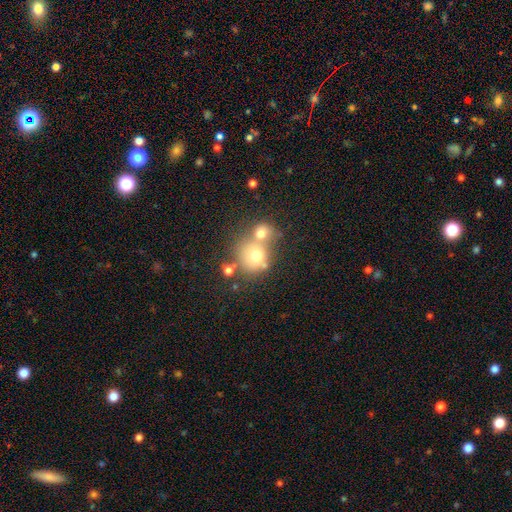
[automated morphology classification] Overall: smooth (68%). How rounded: round (79%). Merging: merger (51%; none 36%).